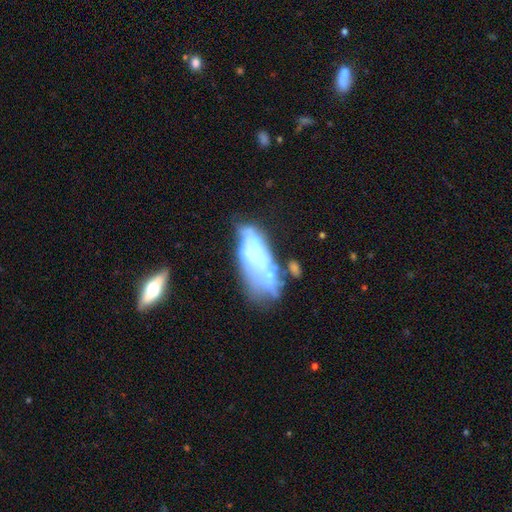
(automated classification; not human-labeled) smooth-or-featured: featured or disk: 57% | smooth: 33% | star or artifact: 10%
  disk-edge-on: no: 89% | yes: 11%
    bar: no: 87% | weak: 9% | strong: 4%
    has-spiral-arms: no: 80% | yes: 20%
    bulge-size: none: 41% | small: 30% | moderate: 19% | large: 7% | dominant: 3%
  merging: none: 32% | minor disturbance: 23% | major disturbance: 23% | merger: 22%